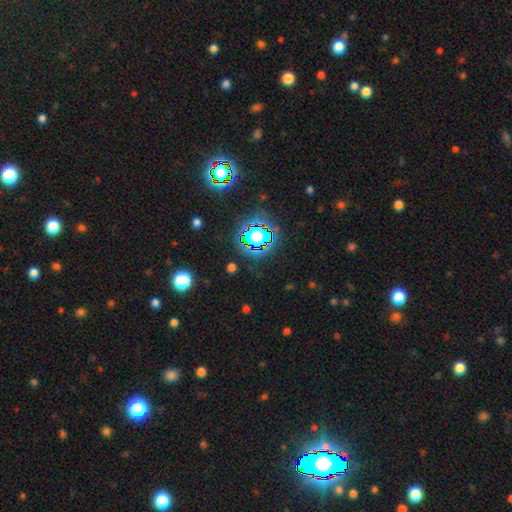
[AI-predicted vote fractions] This appears to be a star or artifact, not a galaxy (82%).